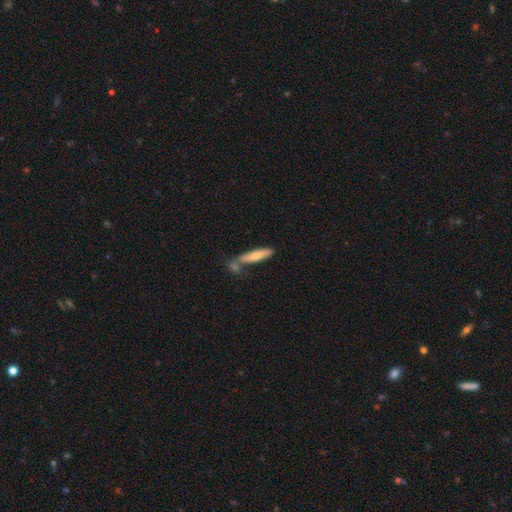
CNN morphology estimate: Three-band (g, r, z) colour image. It shows a smooth galaxy with no disk features (71%) that is cigar-shaped (80%). Merging: none (53%).